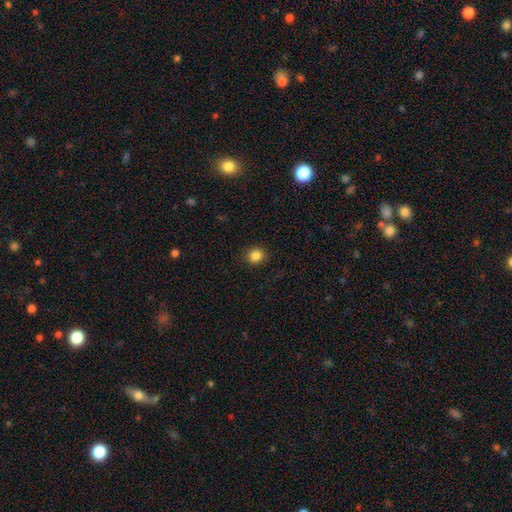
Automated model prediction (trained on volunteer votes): Smooth or featured? smooth (85%)
How rounded? round (84%)
Merging? none (90%)